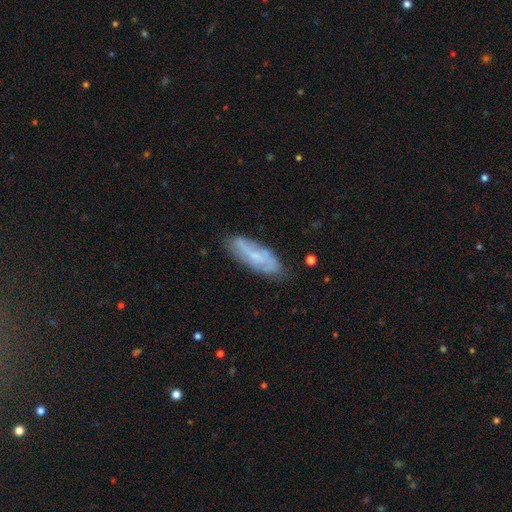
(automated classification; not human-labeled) The model was most divided on "smooth or featured": featured or disk: 56%, smooth: 36%, star or artifact: 8%. More confident: edge-on disk — no (79%); merging — none (78%).